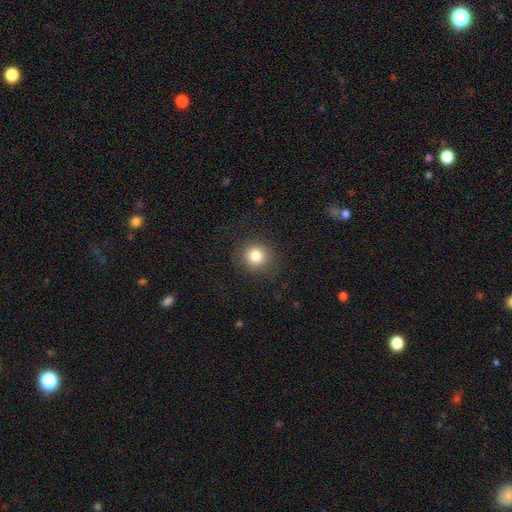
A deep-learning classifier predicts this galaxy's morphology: This appears to be a smooth galaxy with no disk features (82%) that is round (91%). Merging: none (87%).